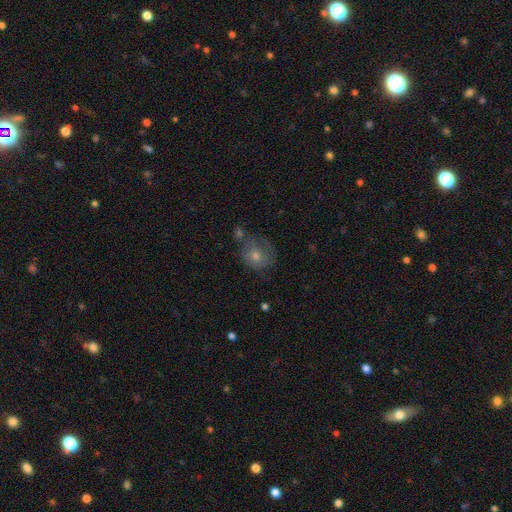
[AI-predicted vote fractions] The model was most divided on "smooth or featured": smooth: 48%, featured or disk: 36%, star or artifact: 16%. More confident: merging — none (57%).